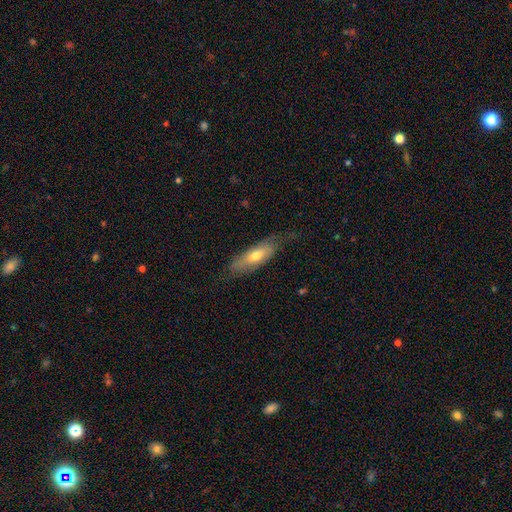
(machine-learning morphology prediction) smooth_or_featured: smooth (p=0.57) [alt: featured or disk p=0.37]
how_rounded: in between (p=0.65) [alt: cigar-shaped p=0.33]
merging: none (p=0.60) [alt: minor disturbance p=0.26]